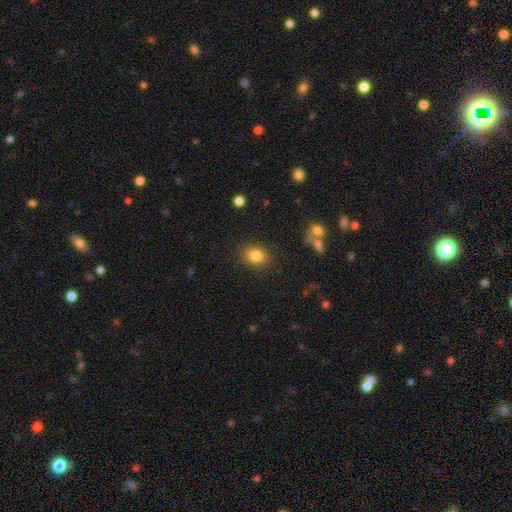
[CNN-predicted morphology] A smooth galaxy with no disk features (83%) that is round (54%). Merging: none (87%).